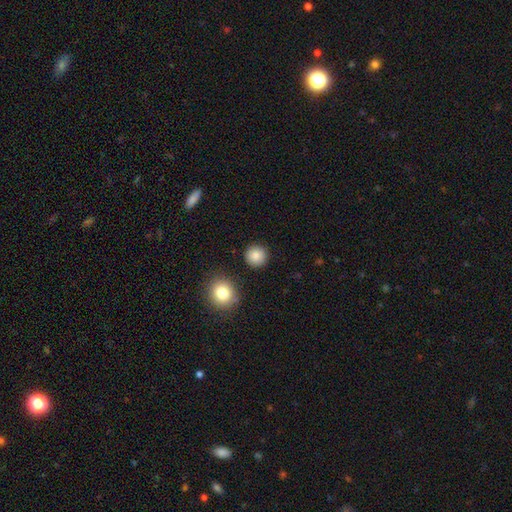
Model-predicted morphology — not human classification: Smooth or featured: smooth — 85% (star or artifact — 10%)
How rounded: round — 94% (in between — 5%)
Merging: none — 90% (minor disturbance — 6%)